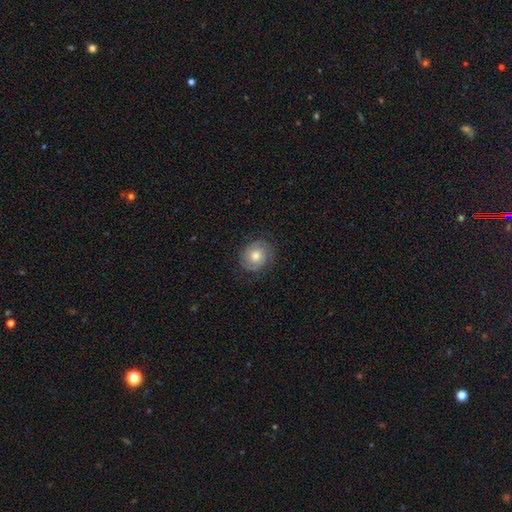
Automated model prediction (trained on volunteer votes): Q: Smooth or featured?
A: featured or disk (58%); runner-up: smooth (33%)
Q: Edge-on disk?
A: no (97%); runner-up: yes (3%)
Q: Bar?
A: no (78%); runner-up: weak (18%)
Q: Spiral arms?
A: yes (88%); runner-up: no (12%)
Q: Bulge size?
A: moderate (70%); runner-up: small (18%)
Q: Merging?
A: none (81%); runner-up: minor disturbance (13%)